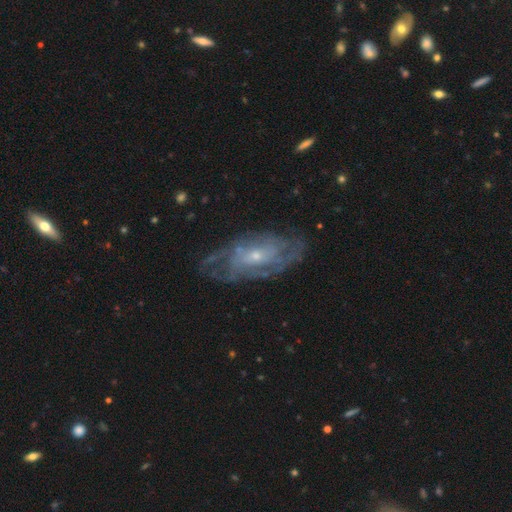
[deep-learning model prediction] The model was most divided on "spiral winding": tight: 56%, medium: 33%, loose: 11%. More confident: edge-on disk — no (92%); spiral arms — yes (81%); smooth or featured — featured or disk (79%); bulge size — small (70%); merging — none (68%); bar — no (67%); spiral arm count — can't tell (55%).